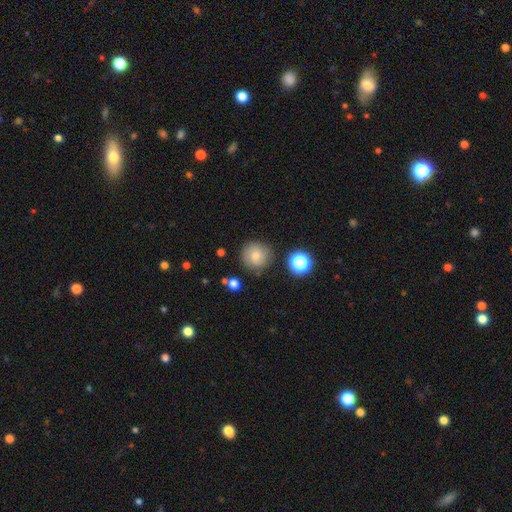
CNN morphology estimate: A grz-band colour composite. It shows a smooth galaxy with no disk features (70%) that is round (94%). Merging: none (82%).